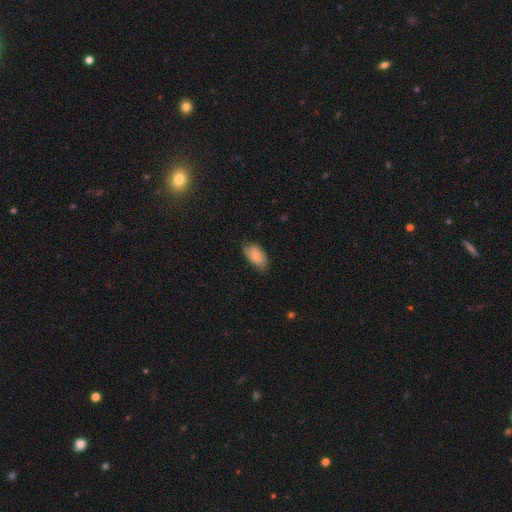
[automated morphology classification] smooth_or_featured: smooth (p=0.74) [alt: featured or disk p=0.20]
how_rounded: in between (p=0.93) [alt: round p=0.04]
merging: none (p=0.65) [alt: minor disturbance p=0.28]